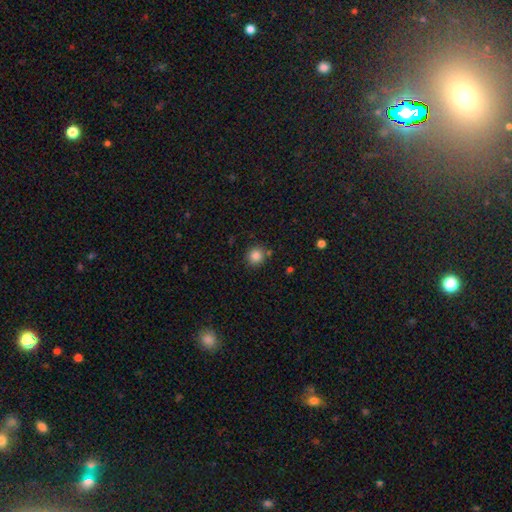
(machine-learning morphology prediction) Smooth or featured: smooth — 85% (star or artifact — 11%)
How rounded: round — 91% (in between — 8%)
Merging: none — 82% (minor disturbance — 10%)